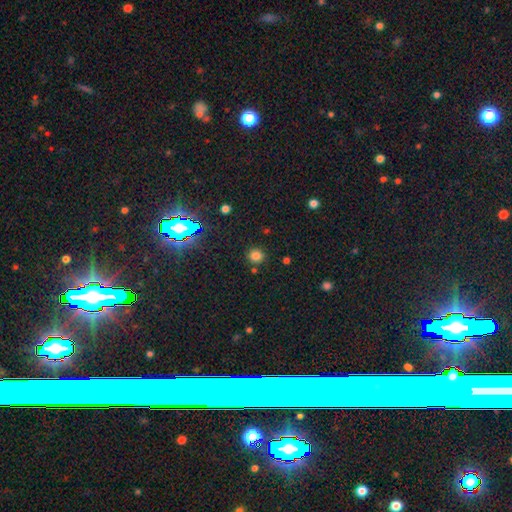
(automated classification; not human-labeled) Smooth or featured? smooth (75%)
How rounded? round (89%)
Merging? none (84%)